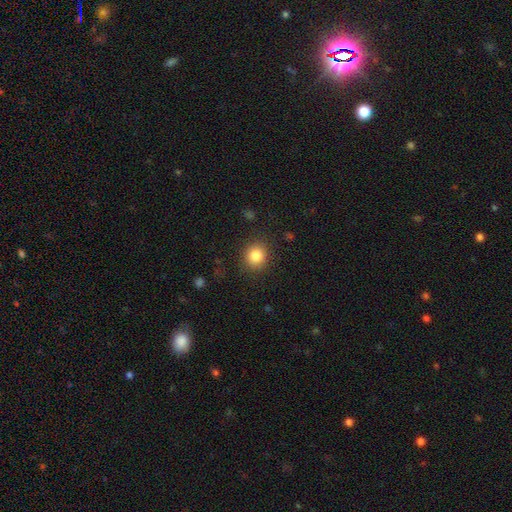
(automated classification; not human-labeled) smooth 84%, star or artifact 10%, featured or disk 6%. Down the decision tree: how rounded — round (84%); merging — none (88%).